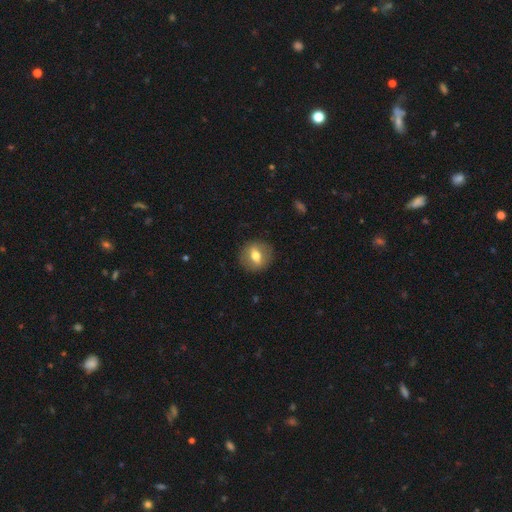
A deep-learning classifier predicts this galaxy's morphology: smooth 55%, featured or disk 36%, star or artifact 8%. Down the decision tree: how rounded — round (77%); merging — none (87%).